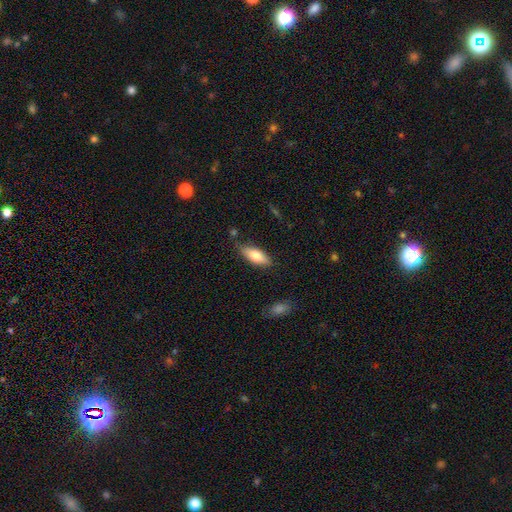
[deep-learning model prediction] This is likely a smooth galaxy (76%). How rounded: likely in between (73%). Merging: likely none (78%).